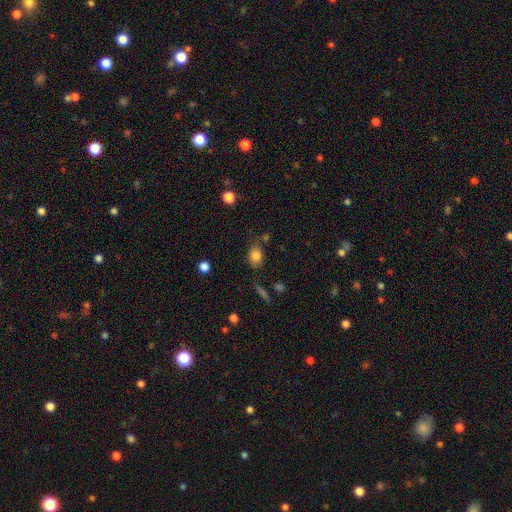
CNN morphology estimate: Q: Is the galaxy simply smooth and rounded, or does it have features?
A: smooth — 82%.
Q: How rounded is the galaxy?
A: in between — 63%.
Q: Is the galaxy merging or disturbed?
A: none — 71%.